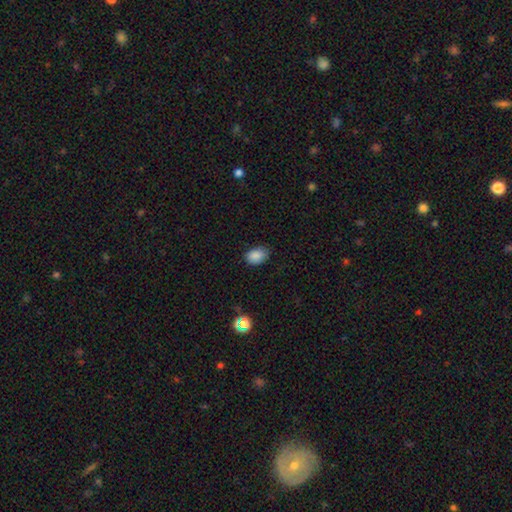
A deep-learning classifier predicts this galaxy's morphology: smooth-or-featured: smooth: 87% | star or artifact: 9% | featured or disk: 4%
  how-rounded: in between: 82% | round: 17% | cigar-shaped: 1%
  merging: none: 77% | minor disturbance: 19% | major disturbance: 3% | merger: 1%